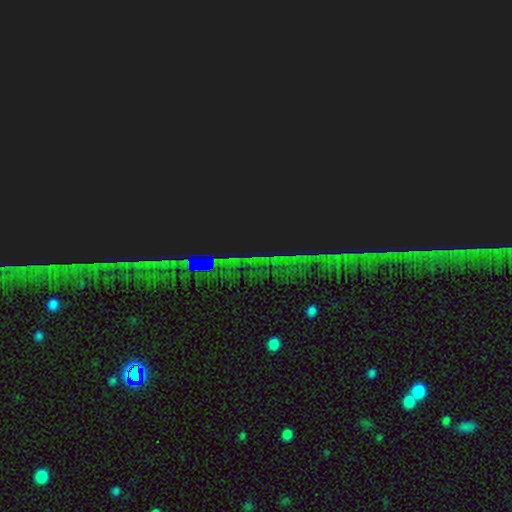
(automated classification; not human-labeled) star or artifact 86%, featured or disk 8%, smooth 7%.